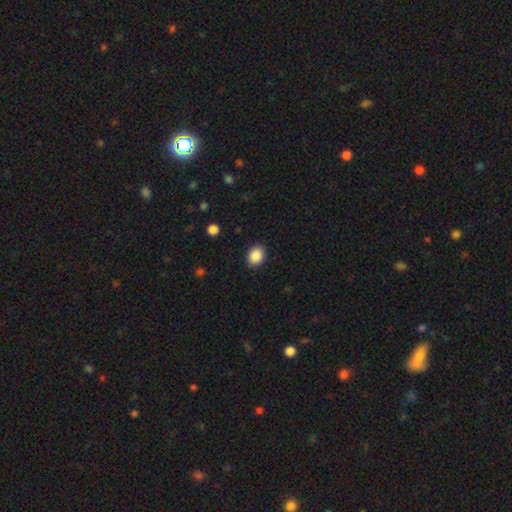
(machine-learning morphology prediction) Smooth or featured? Predicted: smooth (p=0.88). How rounded? Predicted: in between (p=0.50, tied with round). Merging? Predicted: none (p=0.89).